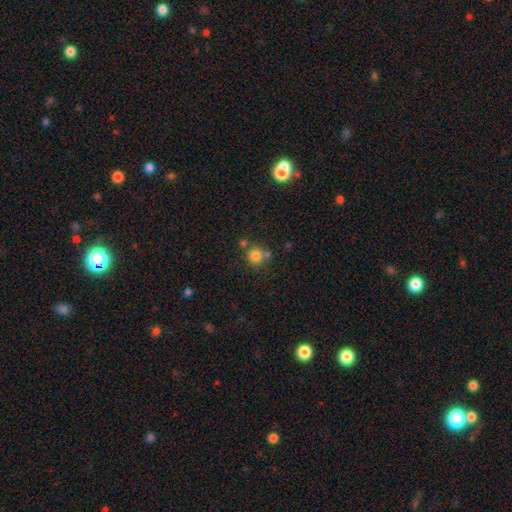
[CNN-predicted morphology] Smooth or featured? Predicted: smooth (p=0.79). How rounded? Predicted: round (p=0.90). Merging? Predicted: none (p=0.66).